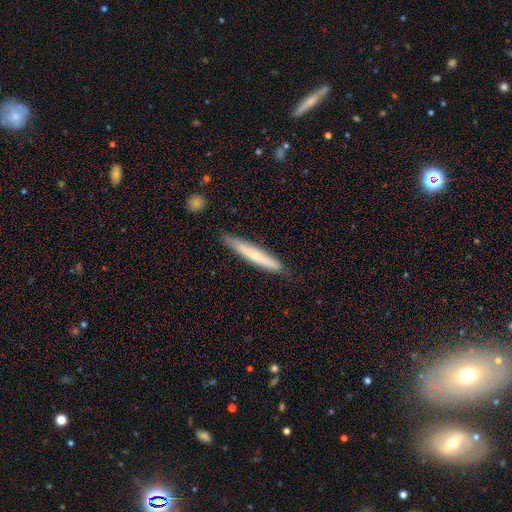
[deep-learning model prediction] Smooth or featured: smooth — 56% (featured or disk — 39%)
How rounded: cigar-shaped — 94% (in between — 5%)
Merging: none — 86% (minor disturbance — 11%)